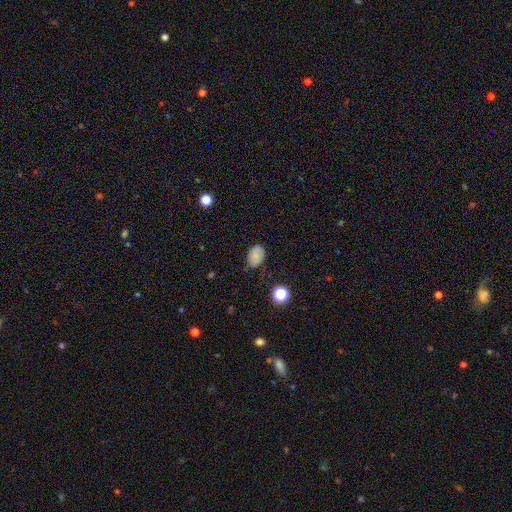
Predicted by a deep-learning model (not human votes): smooth-or-featured: smooth: 74% | featured or disk: 13% | star or artifact: 12%
  how-rounded: in between: 77% | round: 22% | cigar-shaped: 1%
  merging: none: 66% | minor disturbance: 26% | major disturbance: 6% | merger: 2%